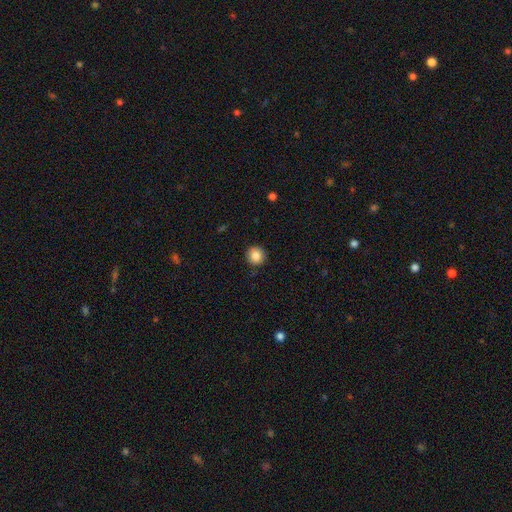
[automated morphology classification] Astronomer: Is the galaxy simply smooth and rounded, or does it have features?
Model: smooth — 86%.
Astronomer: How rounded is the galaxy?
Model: round — 93%.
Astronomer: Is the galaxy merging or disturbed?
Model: none — 89%.